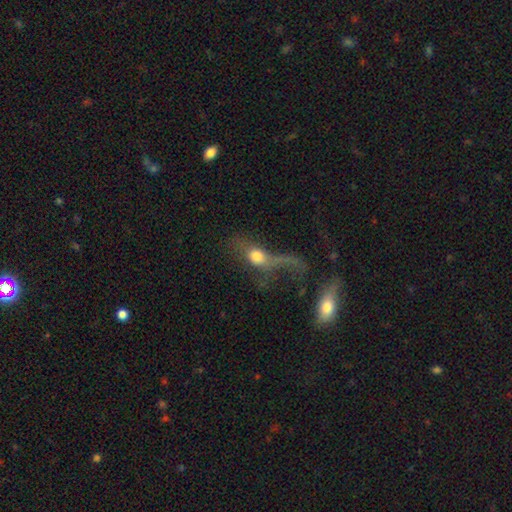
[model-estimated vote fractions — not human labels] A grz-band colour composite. It shows a smooth galaxy with no disk features (53%) that is in between round and cigar-shaped (53%). Merging: major disturbance (58%).